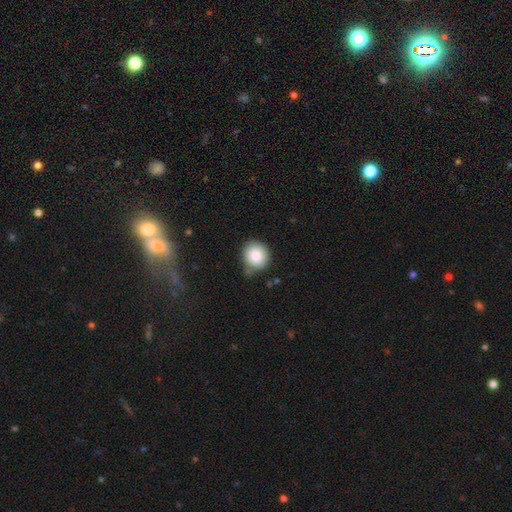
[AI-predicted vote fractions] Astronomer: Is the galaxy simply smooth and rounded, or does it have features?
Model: smooth — 85%.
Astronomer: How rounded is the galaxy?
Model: round — 87%.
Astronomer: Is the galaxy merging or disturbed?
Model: none — 74%.